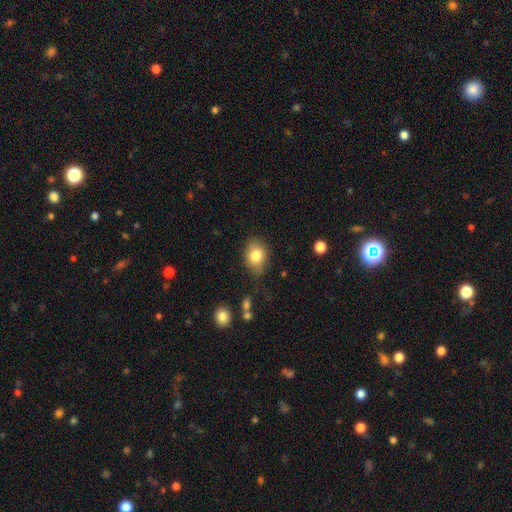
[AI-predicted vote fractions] Smooth or featured?
  - smooth: 81% *
  - featured or disk: 10%
  - star or artifact: 9%
How rounded?
  - in between: 61% *
  - round: 38%
  - cigar-shaped: 1%
Merging?
  - none: 74% *
  - minor disturbance: 19%
  - major disturbance: 4%
  - merger: 2%